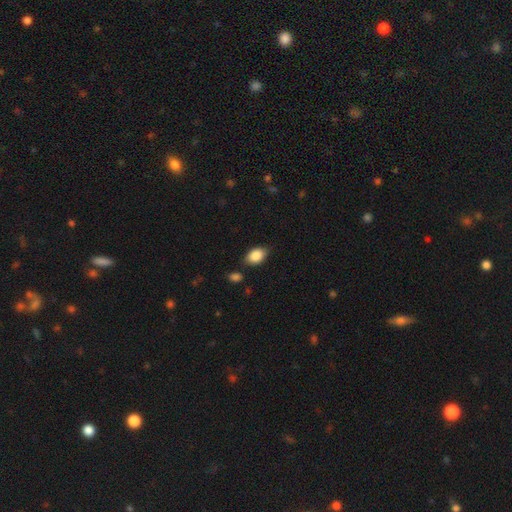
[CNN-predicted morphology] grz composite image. It shows a smooth galaxy with no disk features (87%) that is in between round and cigar-shaped (87%). Merging: none (78%).